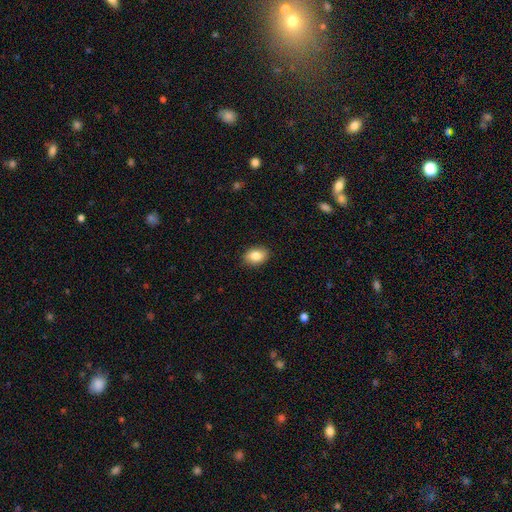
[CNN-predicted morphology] This is clearly a smooth galaxy (85%). How rounded: clearly in between (81%). Merging: clearly none (88%).